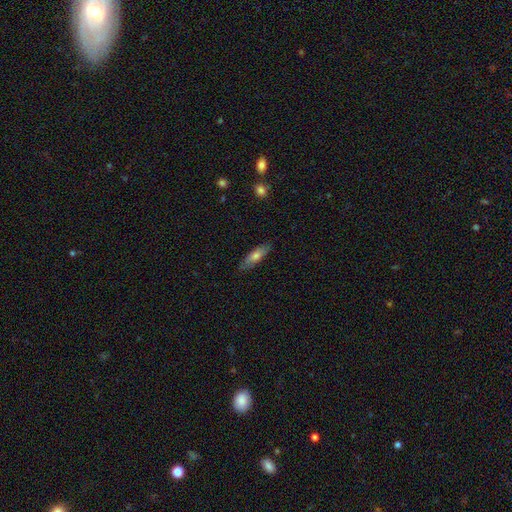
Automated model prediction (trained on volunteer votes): Smooth or featured? Predicted: smooth (p=0.59). How rounded? Predicted: cigar-shaped (p=0.60). Merging? Predicted: none (p=0.84).